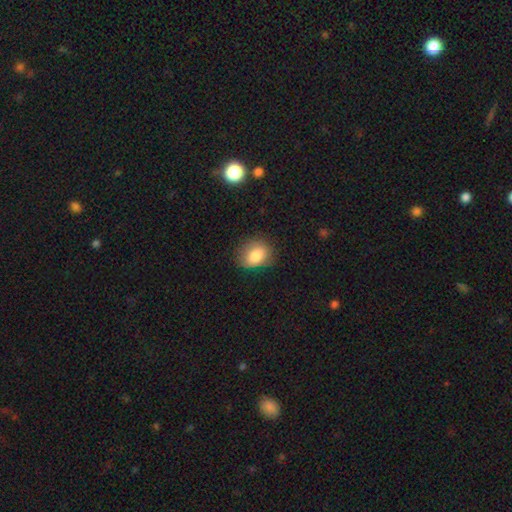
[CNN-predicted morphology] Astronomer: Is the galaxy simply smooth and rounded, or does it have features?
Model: smooth — 82%.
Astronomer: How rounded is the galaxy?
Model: in between — 60% (runner-up: round, 39%).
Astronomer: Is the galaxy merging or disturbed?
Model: none — 71%.